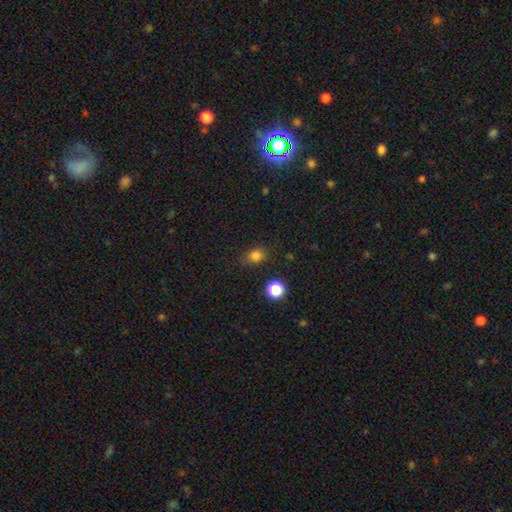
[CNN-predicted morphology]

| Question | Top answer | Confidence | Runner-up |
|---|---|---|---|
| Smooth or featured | smooth | 81% | star or artifact (14%) |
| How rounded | in between | 51% | round (48%) |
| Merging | none | 77% | minor disturbance (17%) |